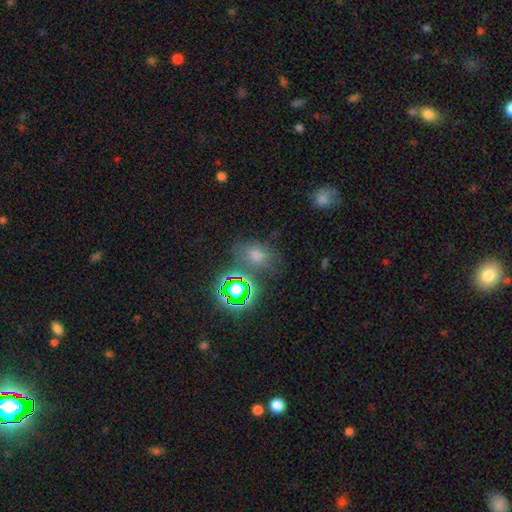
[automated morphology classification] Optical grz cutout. It shows a smooth galaxy with no disk features (53%) that is in between round and cigar-shaped (55%). Merging: none (69%).